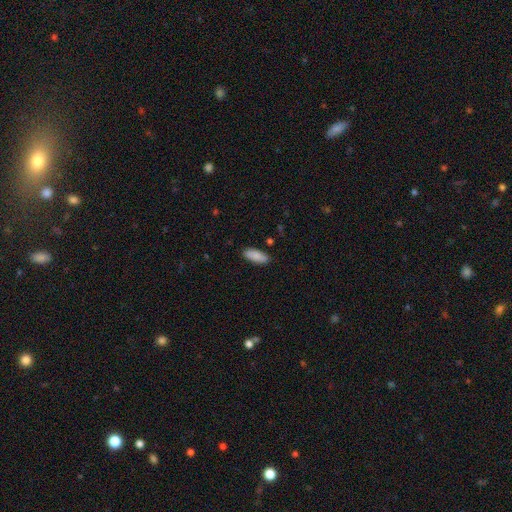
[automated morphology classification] type=smooth (86%); roundness=in between (78%); merging=none (87%).